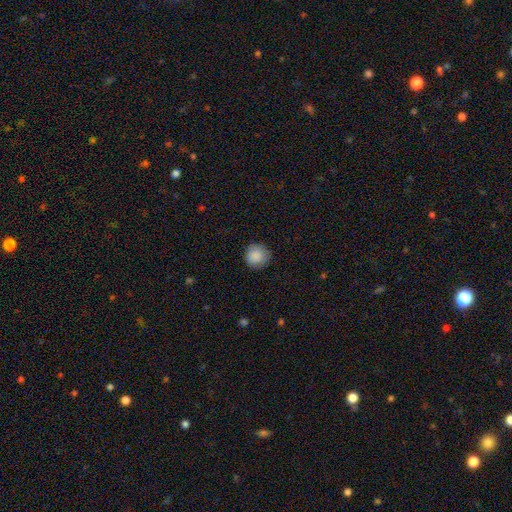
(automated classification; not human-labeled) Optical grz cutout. It shows a smooth galaxy with no disk features (88%) that is round (92%). Merging: none (83%).